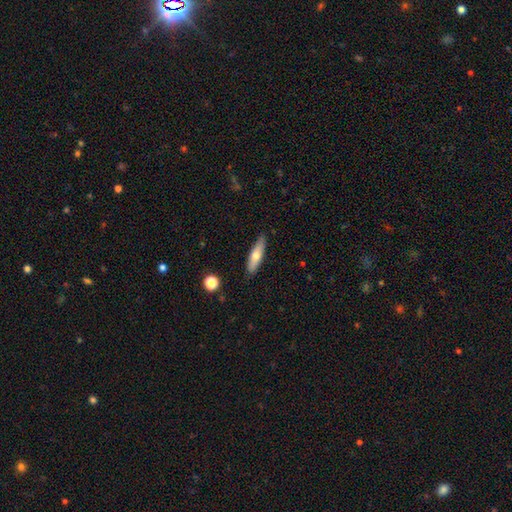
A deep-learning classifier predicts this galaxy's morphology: Smooth or featured?
  - smooth: 62% *
  - featured or disk: 31%
  - star or artifact: 6%
How rounded?
  - cigar-shaped: 64% *
  - in between: 33%
  - round: 2%
Merging?
  - none: 86% *
  - minor disturbance: 11%
  - major disturbance: 2%
  - merger: 1%